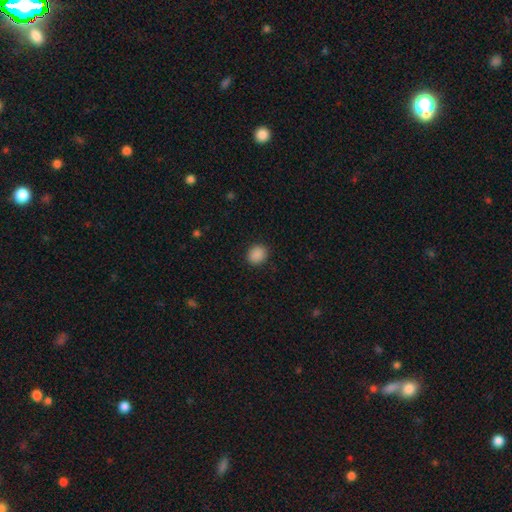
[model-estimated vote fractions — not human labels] Morphology: type=smooth (89%); roundness=round (67%); merging=none (89%).